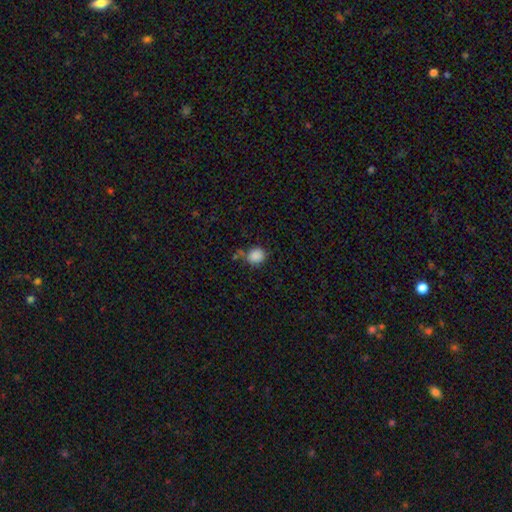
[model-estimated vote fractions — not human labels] Smooth or featured? smooth (87%)
How rounded? round (75%)
Merging? none (68%)